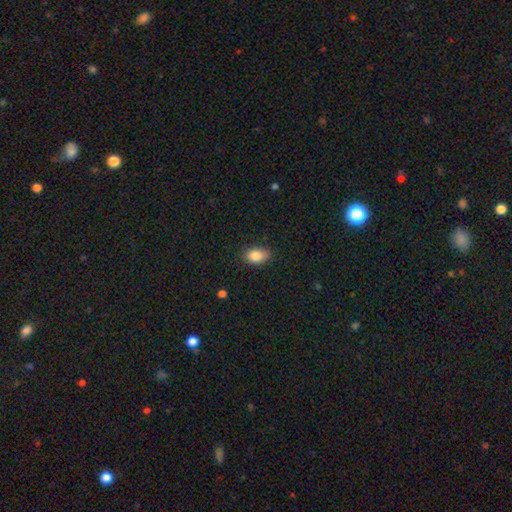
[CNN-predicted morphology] This is clearly a smooth galaxy (85%). How rounded: clearly in between (82%). Merging: likely none (80%).